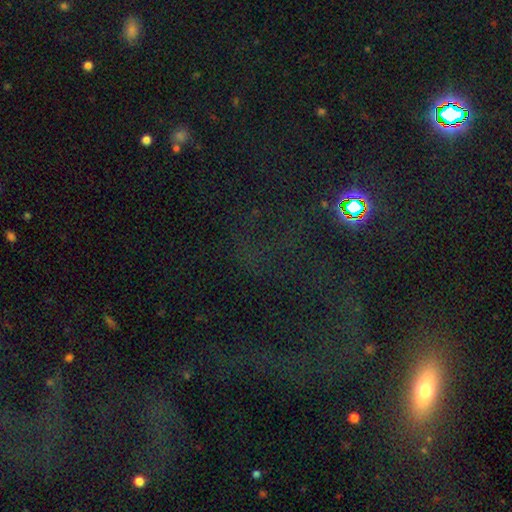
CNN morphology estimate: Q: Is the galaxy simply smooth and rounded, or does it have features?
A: star or artifact — 55%.